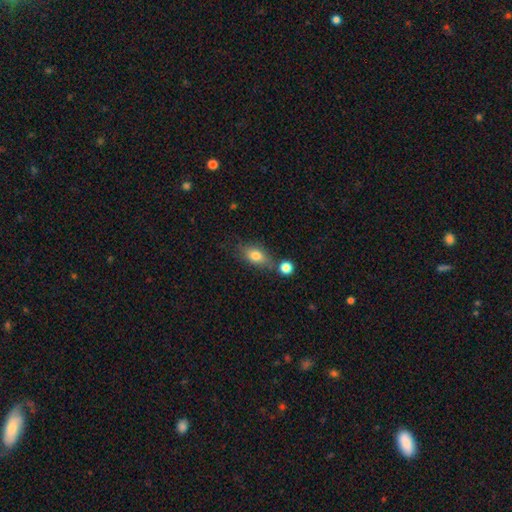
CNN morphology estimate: The model was most divided on "merging": none: 63%, minor disturbance: 17%, merger: 15%, major disturbance: 5%. More confident: how rounded — in between (81%); smooth or featured — smooth (78%).